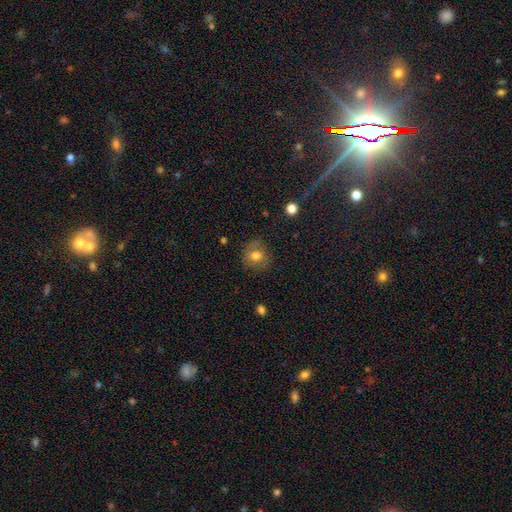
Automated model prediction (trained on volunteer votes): Morphology: type=smooth (74%); roundness=round (79%); merging=none (72%).